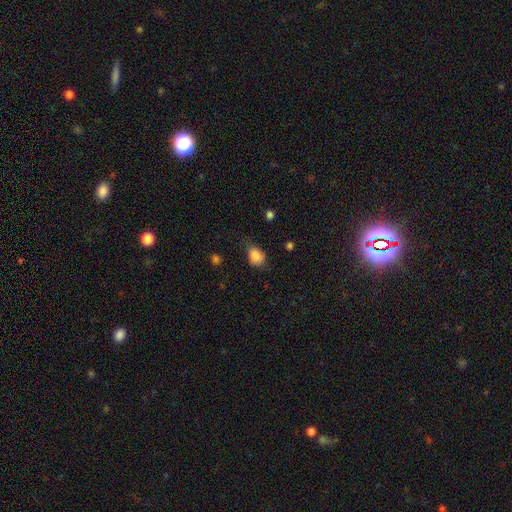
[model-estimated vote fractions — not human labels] Q: Smooth or featured?
A: smooth (86%); runner-up: star or artifact (8%)
Q: How rounded?
A: in between (69%); runner-up: round (30%)
Q: Merging?
A: none (55%); runner-up: minor disturbance (33%)